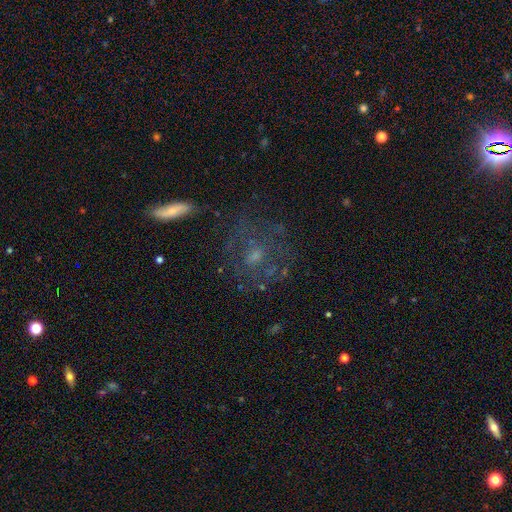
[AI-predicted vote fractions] Overall: featured or disk (54%; smooth 30%). Edge-on disk: no (93%). Merging: none (64%).